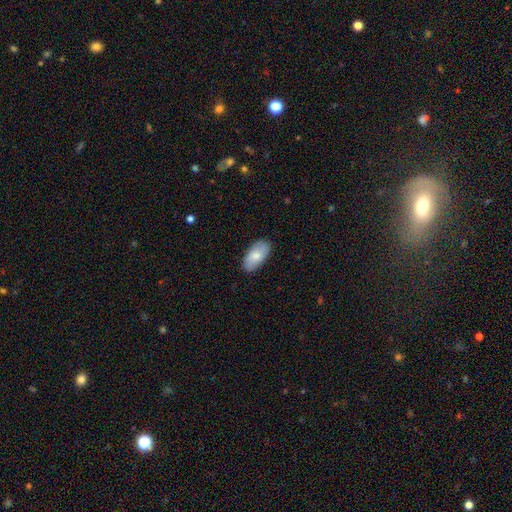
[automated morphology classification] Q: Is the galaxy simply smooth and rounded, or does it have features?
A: smooth — 78%.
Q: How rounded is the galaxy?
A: in between — 94%.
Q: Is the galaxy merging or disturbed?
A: none — 85%.